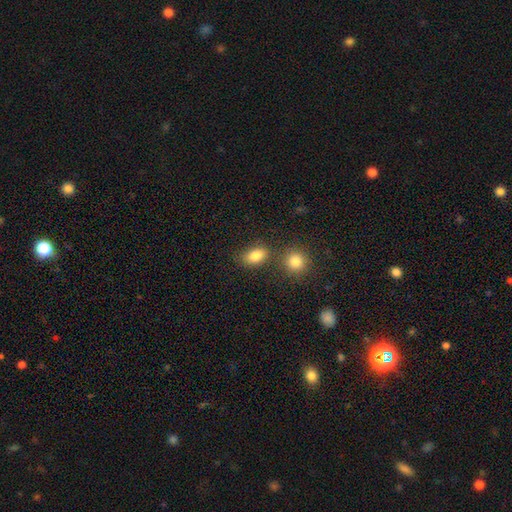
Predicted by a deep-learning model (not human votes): The model was most divided on "merging": none: 68%, merger: 15%, minor disturbance: 13%, major disturbance: 4%. More confident: smooth or featured — smooth (83%); how rounded — in between (81%).